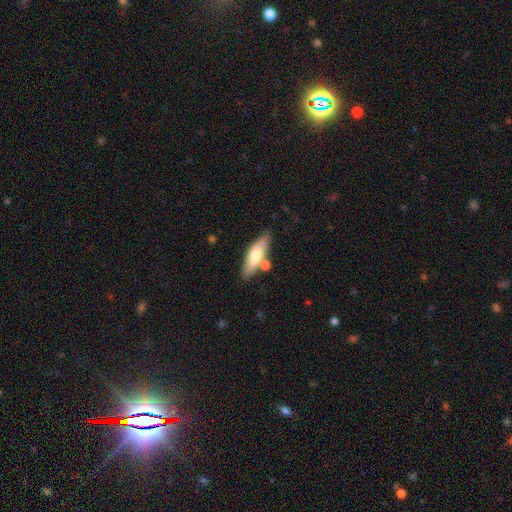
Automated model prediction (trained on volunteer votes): smooth_or_featured: smooth (p=0.64) [alt: featured or disk p=0.30]
how_rounded: cigar-shaped (p=0.52) [alt: in between p=0.46]
merging: none (p=0.72) [alt: minor disturbance p=0.13]